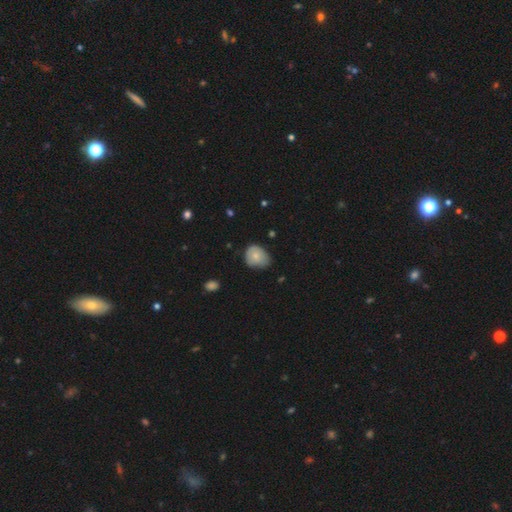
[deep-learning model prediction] Morphology: type=smooth (73%); roundness=round (52%); merging=none (48%).